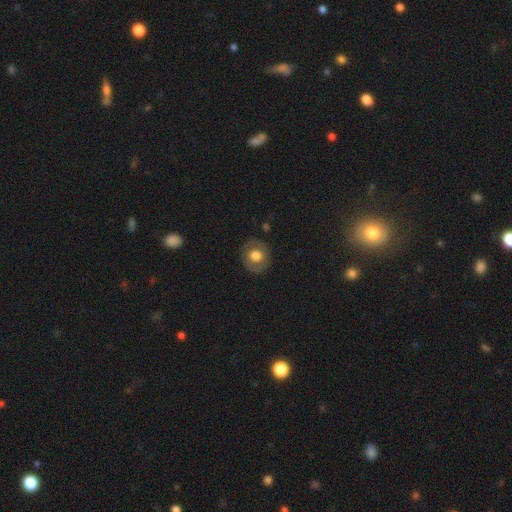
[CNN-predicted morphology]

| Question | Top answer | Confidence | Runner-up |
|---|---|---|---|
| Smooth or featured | smooth | 61% | featured or disk (31%) |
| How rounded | round | 81% | in between (18%) |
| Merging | none | 85% | minor disturbance (10%) |